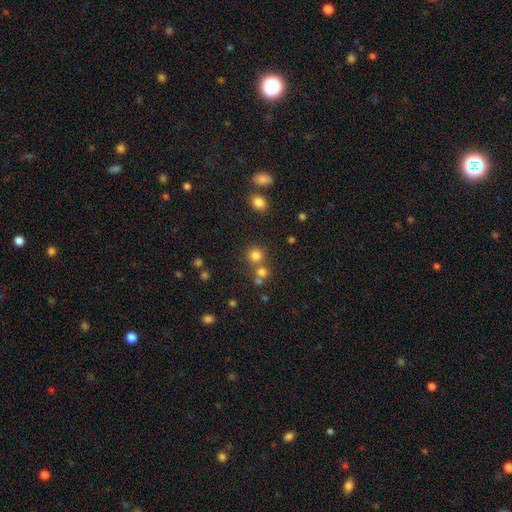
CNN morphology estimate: smooth 76%, star or artifact 17%, featured or disk 7%. Down the decision tree: how rounded — round (91%); merging — none (67%).